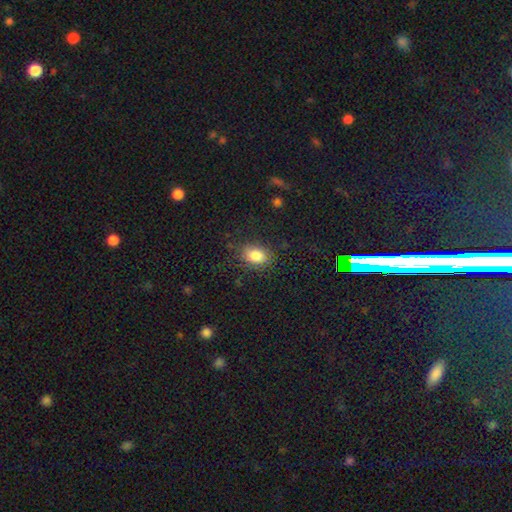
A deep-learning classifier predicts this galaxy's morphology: Smooth or featured: smooth — 80% (star or artifact — 11%)
How rounded: in between — 72% (round — 27%)
Merging: none — 78% (minor disturbance — 15%)